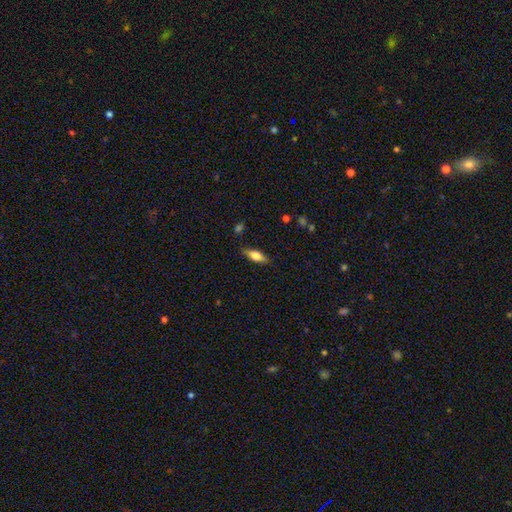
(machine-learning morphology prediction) This appears to be a smooth galaxy with no disk features (65%) that is in between round and cigar-shaped (67%). Merging: none (83%).